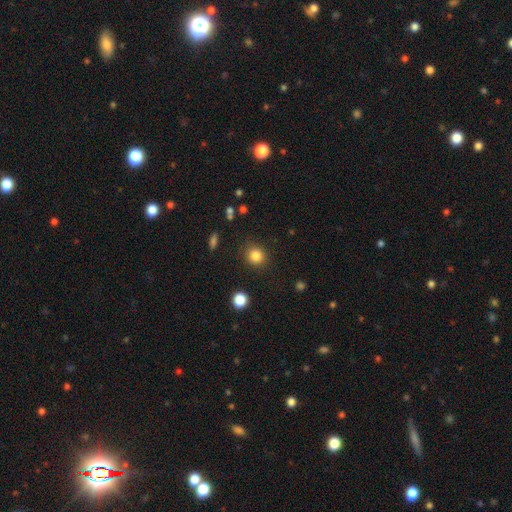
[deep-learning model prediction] Smooth or featured: smooth — 84% (star or artifact — 11%)
How rounded: round — 87% (in between — 12%)
Merging: none — 86% (minor disturbance — 9%)